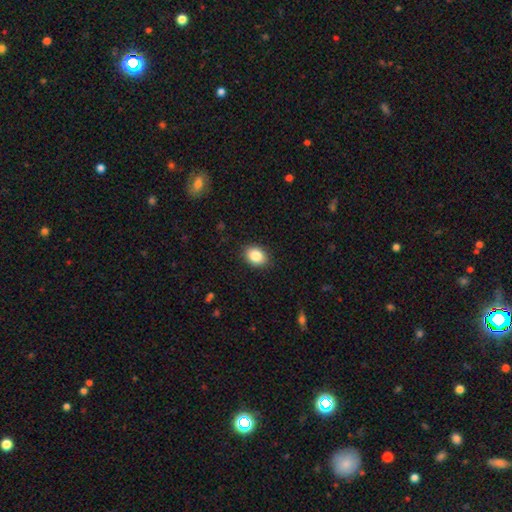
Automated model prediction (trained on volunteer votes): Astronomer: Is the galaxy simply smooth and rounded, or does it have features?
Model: smooth — 86%.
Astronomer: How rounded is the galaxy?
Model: in between — 64%.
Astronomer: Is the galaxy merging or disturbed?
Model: none — 88%.